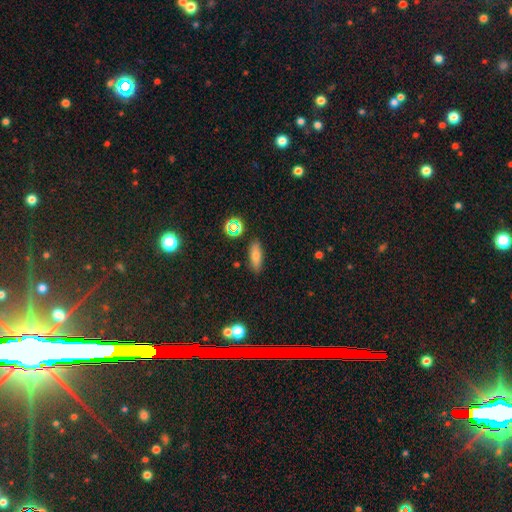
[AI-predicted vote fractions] smooth 71%, featured or disk 16%, star or artifact 12%. Down the decision tree: how rounded — in between (61%); merging — none (86%).